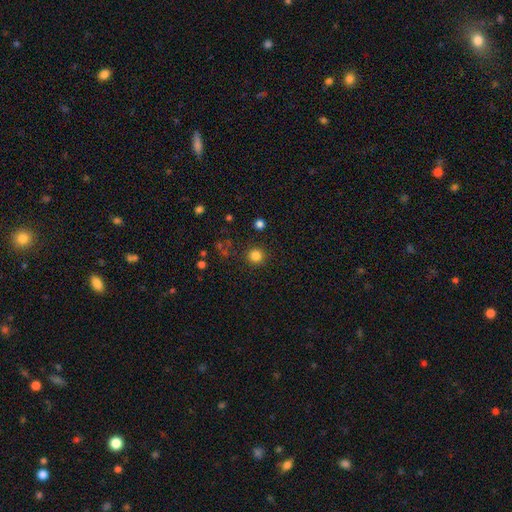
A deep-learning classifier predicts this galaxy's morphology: Smooth or featured?
  - smooth: 83% *
  - star or artifact: 13%
  - featured or disk: 4%
How rounded?
  - round: 94% *
  - in between: 5%
  - cigar-shaped: 1%
Merging?
  - none: 89% *
  - minor disturbance: 6%
  - major disturbance: 3%
  - merger: 2%